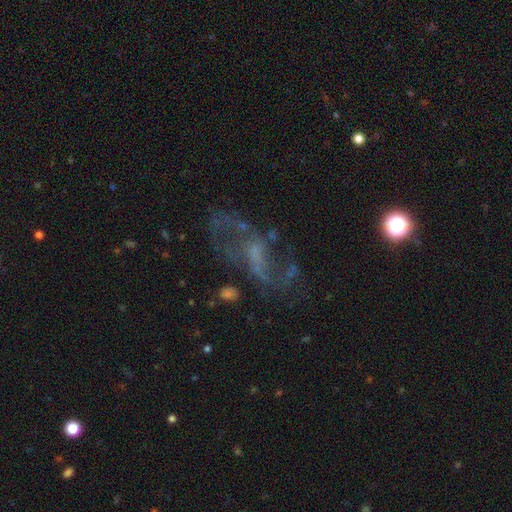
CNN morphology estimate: smooth_or_featured: featured or disk (p=0.66) [alt: star or artifact p=0.18]
disk_edge_on: no (p=0.94) [alt: yes p=0.06]
bar: no (p=0.51) [alt: weak p=0.37]
has_spiral_arms: yes (p=0.61) [alt: no p=0.39]
bulge_size: none (p=0.45) [alt: small p=0.31]
merging: none (p=0.46) [alt: major disturbance p=0.32]